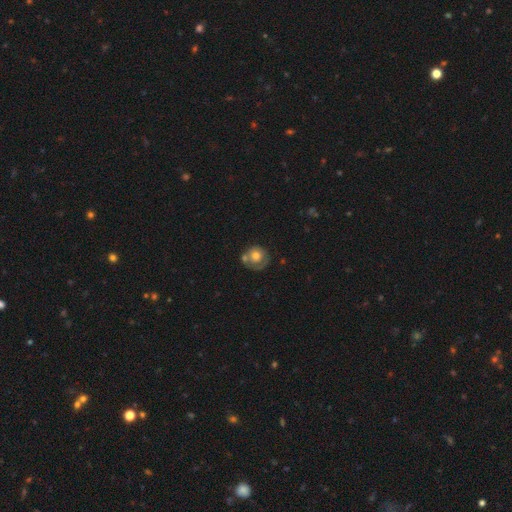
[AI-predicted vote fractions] A smooth galaxy with no disk features (53%) that is round (85%). Merging: none (49%).